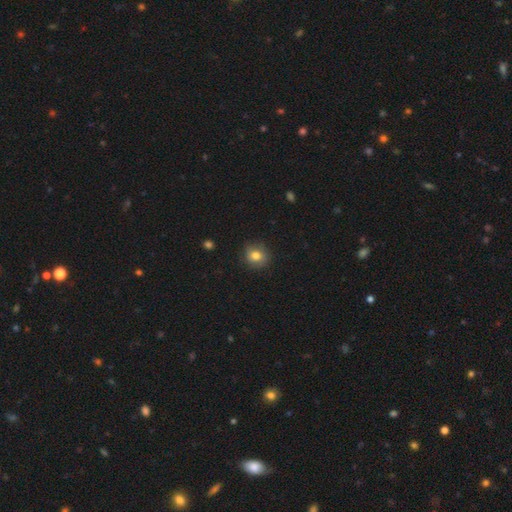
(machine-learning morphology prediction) type=smooth (78%); roundness=round (80%); merging=none (84%).